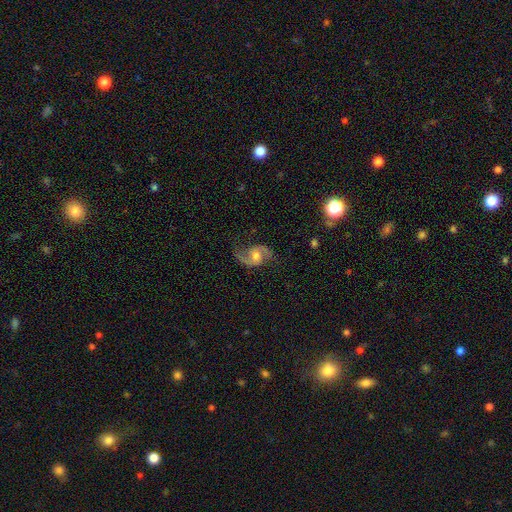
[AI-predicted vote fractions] Smooth or featured? Predicted: featured or disk (p=0.85). Edge-on disk? Predicted: no (p=0.97). Bar? Predicted: no (p=0.55). Spiral arms? Predicted: yes (p=0.96). Spiral winding? Predicted: loose (p=0.50). Spiral arm count? Predicted: 2 (p=0.92). Bulge size? Predicted: moderate (p=0.68). Merging? Predicted: none (p=0.73).